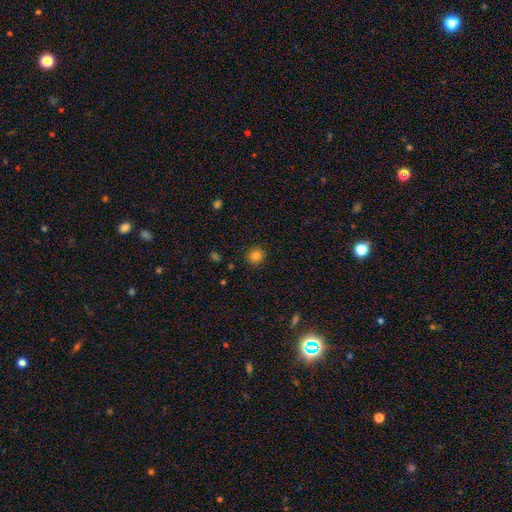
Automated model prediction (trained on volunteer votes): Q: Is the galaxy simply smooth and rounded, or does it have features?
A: smooth — 82%.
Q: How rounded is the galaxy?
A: round — 92%.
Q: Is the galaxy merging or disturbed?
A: none — 91%.